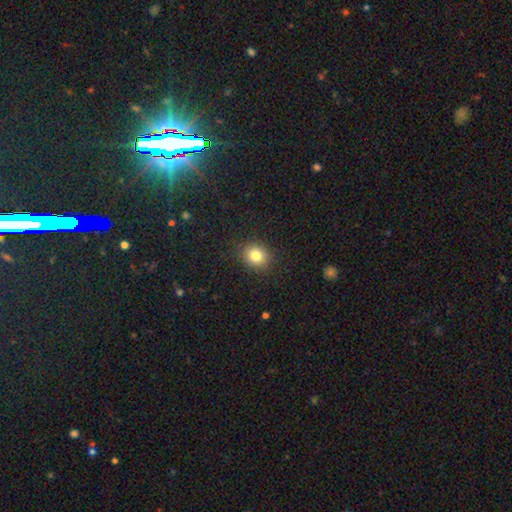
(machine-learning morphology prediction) smooth 82%, star or artifact 12%, featured or disk 7%. Down the decision tree: how rounded — round (74%); merging — none (88%).